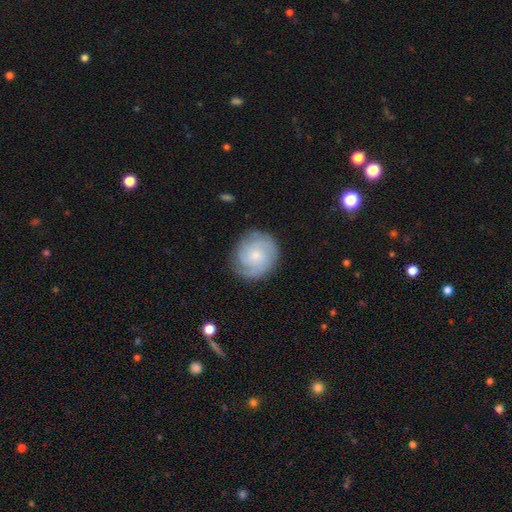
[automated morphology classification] Smooth or featured? featured or disk (74%)
Edge-on disk? no (98%)
Bar? no (72%)
Spiral arms? yes (95%)
Spiral winding? tight (65%)
Spiral arm count? 3 (30%)
Bulge size? small (66%)
Merging? none (81%)